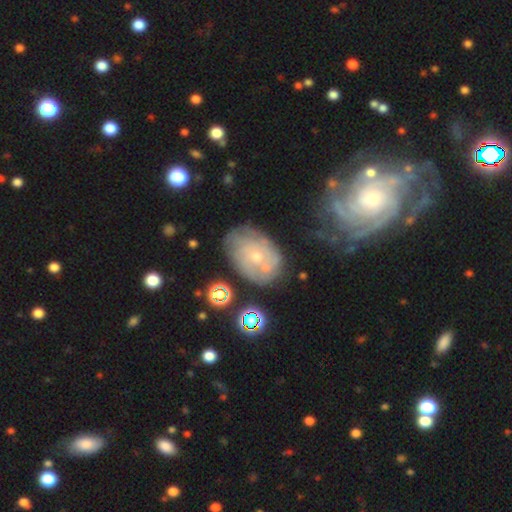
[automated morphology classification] Smooth or featured? Predicted: featured or disk (p=0.59). Edge-on disk? Predicted: no (p=0.96). Bar? Predicted: no (p=0.84). Spiral arms? Predicted: yes (p=0.65). Bulge size? Predicted: small (p=0.68). Merging? Predicted: none (p=0.56).